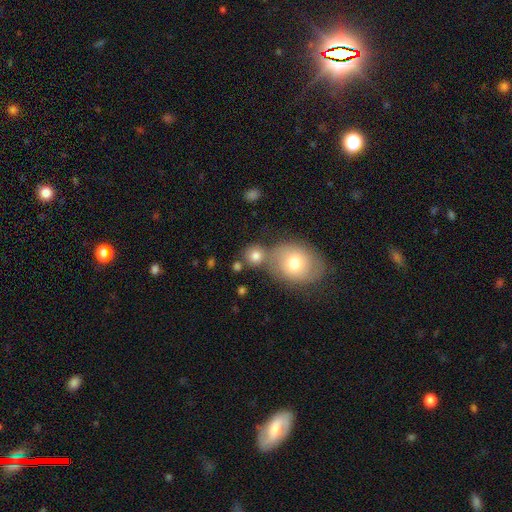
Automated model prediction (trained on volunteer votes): Smooth or featured? Predicted: smooth (p=0.78). How rounded? Predicted: round (p=0.83). Merging? Predicted: none (p=0.53).